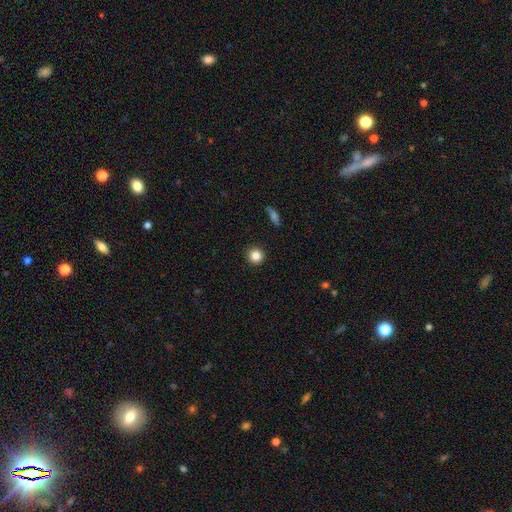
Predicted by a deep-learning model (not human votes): This is clearly a smooth galaxy (86%). How rounded: clearly round (94%). Merging: clearly none (92%).